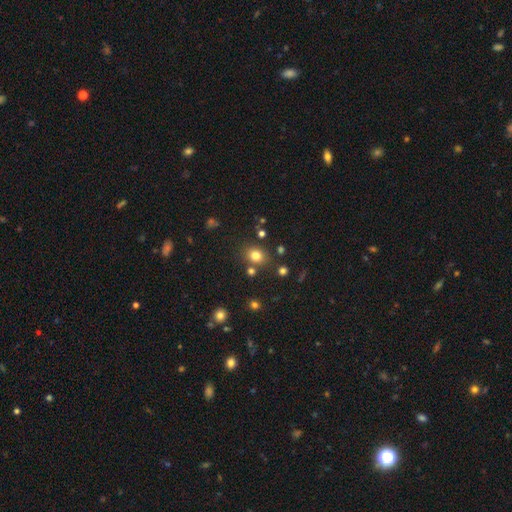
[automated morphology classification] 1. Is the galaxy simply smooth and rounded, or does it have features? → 78% smooth, 15% star or artifact, 8% featured or disk.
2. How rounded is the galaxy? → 63% round, 36% in between, 1% cigar-shaped.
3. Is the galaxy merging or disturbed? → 79% none, 10% minor disturbance, 7% merger, 3% major disturbance.